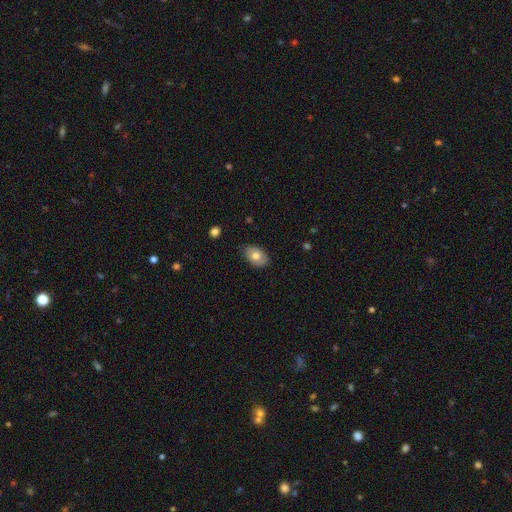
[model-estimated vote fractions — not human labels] A smooth galaxy with no disk features (72%) that is in between round and cigar-shaped (87%). Merging: none (83%).